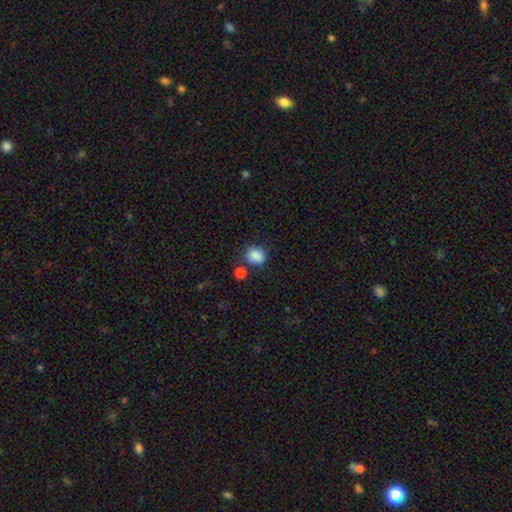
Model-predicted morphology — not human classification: Overall: smooth (86%). How rounded: round (66%; in between 33%). Merging: none (69%).